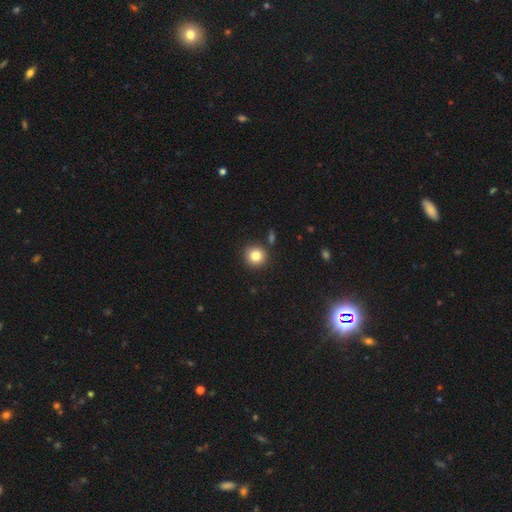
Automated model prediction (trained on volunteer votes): Smooth or featured: smooth — 83% (star or artifact — 11%)
How rounded: round — 93% (in between — 6%)
Merging: none — 87% (minor disturbance — 7%)